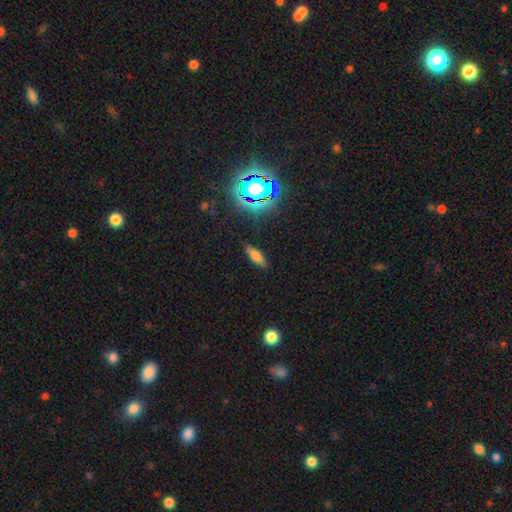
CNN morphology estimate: smooth 65%, featured or disk 18%, star or artifact 17%. Down the decision tree: how rounded — in between (56%); merging — none (86%).